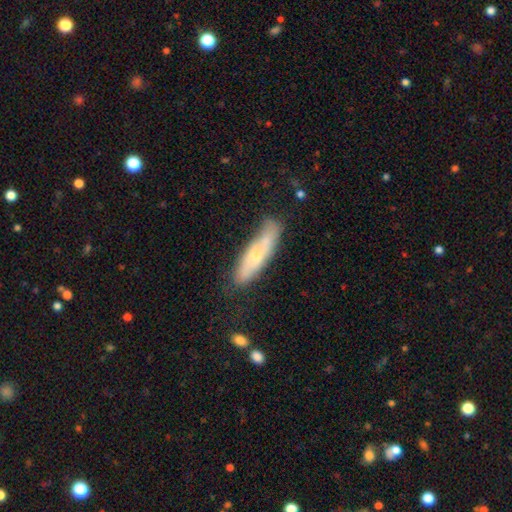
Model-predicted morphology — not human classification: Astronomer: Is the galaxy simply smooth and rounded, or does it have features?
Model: smooth — 49% (runner-up: featured or disk, 44%).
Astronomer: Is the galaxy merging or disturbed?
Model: none — 60%.